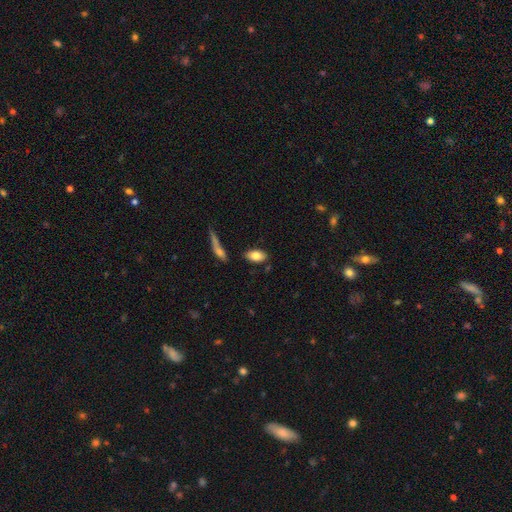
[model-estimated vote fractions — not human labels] Overall: smooth (81%). How rounded: in between (91%). Merging: none (81%).